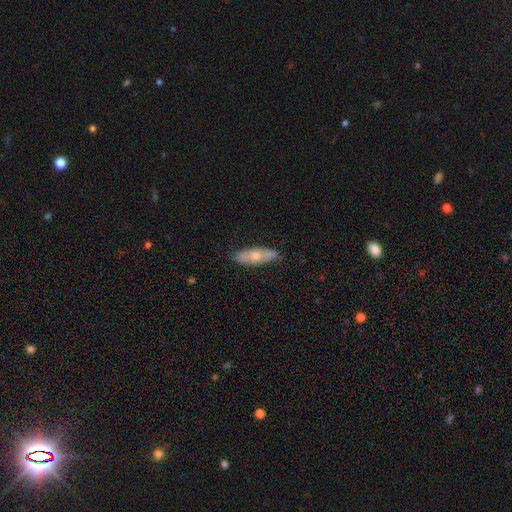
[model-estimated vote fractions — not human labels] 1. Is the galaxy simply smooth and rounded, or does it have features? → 55% smooth, 39% featured or disk, 6% star or artifact.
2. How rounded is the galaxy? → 63% in between, 34% cigar-shaped, 3% round.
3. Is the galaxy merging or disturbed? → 79% none, 17% minor disturbance, 3% major disturbance, 1% merger.